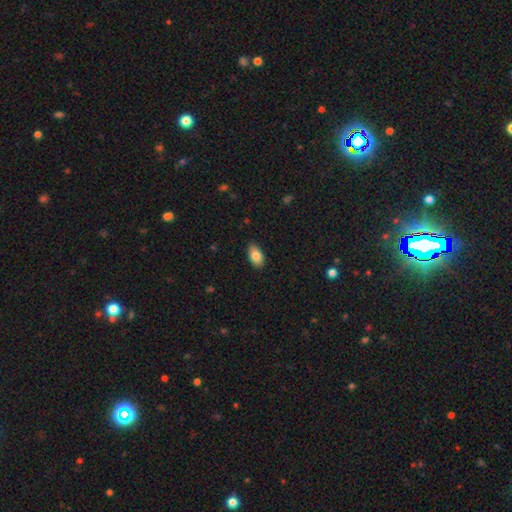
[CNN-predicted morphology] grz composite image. It shows a smooth galaxy with no disk features (82%) that is in between round and cigar-shaped (93%). Merging: none (87%).